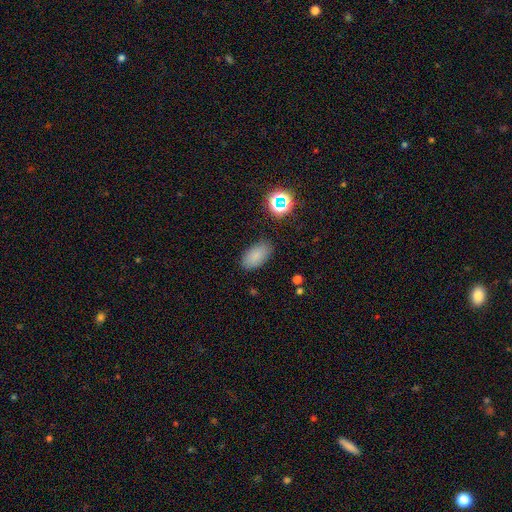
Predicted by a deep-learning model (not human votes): A smooth galaxy with no disk features (82%) that is in between round and cigar-shaped (93%).

Vote fractions:
- Smooth or featured? smooth: 82% / star or artifact: 11% / featured or disk: 6%
- How rounded? in between: 93% / round: 5% / cigar-shaped: 2%
- Merging? none: 84% / minor disturbance: 11% / major disturbance: 3% / merger: 2%